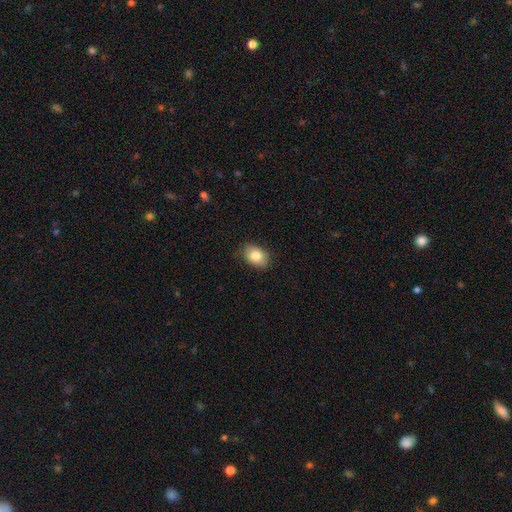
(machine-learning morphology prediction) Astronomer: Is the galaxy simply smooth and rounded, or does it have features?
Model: smooth — 83%.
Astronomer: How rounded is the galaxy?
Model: in between — 79%.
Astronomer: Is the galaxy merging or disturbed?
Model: none — 82%.